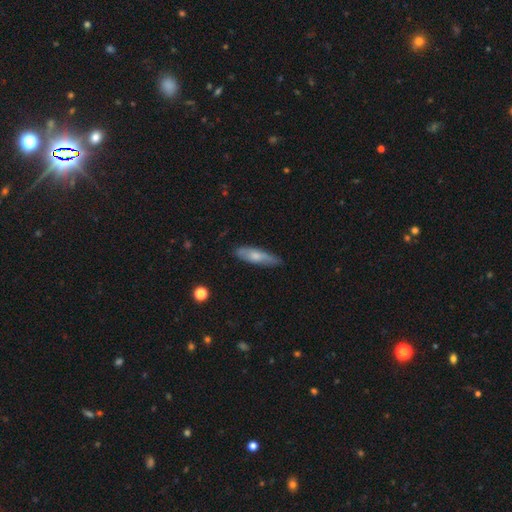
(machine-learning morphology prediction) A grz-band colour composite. It shows a smooth galaxy with no disk features (60%) that is cigar-shaped (65%). Merging: none (77%).